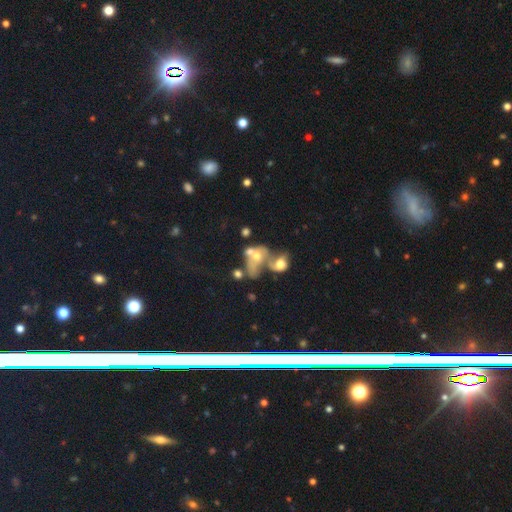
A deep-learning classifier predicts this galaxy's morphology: The model was most divided on "smooth or featured": featured or disk: 45%, smooth: 42%, star or artifact: 14%. More confident: merging — merger (71%).